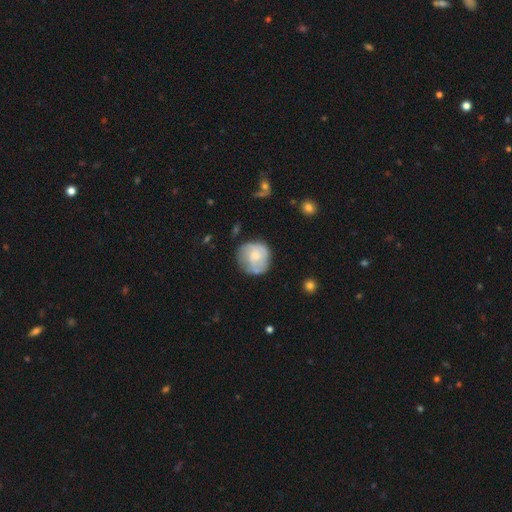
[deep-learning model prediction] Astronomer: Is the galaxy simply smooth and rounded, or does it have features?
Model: smooth — 52% (runner-up: featured or disk, 41%).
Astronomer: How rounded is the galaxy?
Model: round — 85%.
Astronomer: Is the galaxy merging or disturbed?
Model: none — 58%.